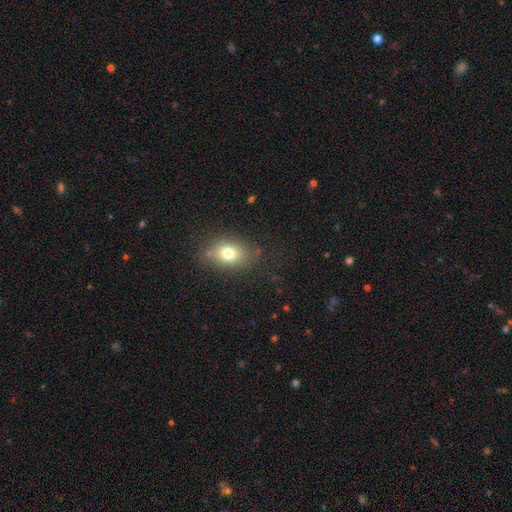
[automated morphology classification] This is likely a smooth galaxy (71%). How rounded: likely in between (76%). Merging: clearly none (82%).